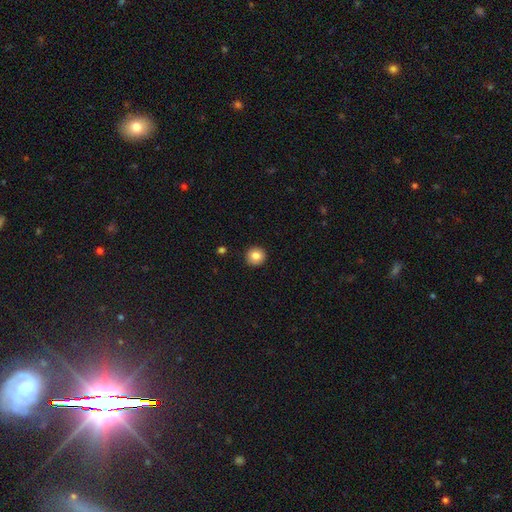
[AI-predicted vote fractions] Morphology: type=smooth (85%); roundness=round (95%); merging=none (93%).